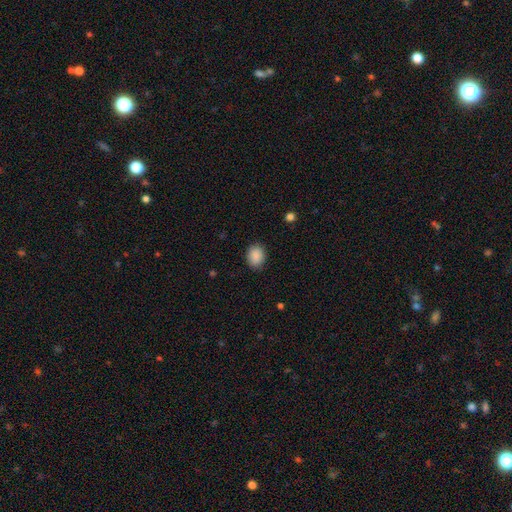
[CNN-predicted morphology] Smooth or featured? Predicted: smooth (p=0.89). How rounded? Predicted: in between (p=0.54). Merging? Predicted: none (p=0.87).